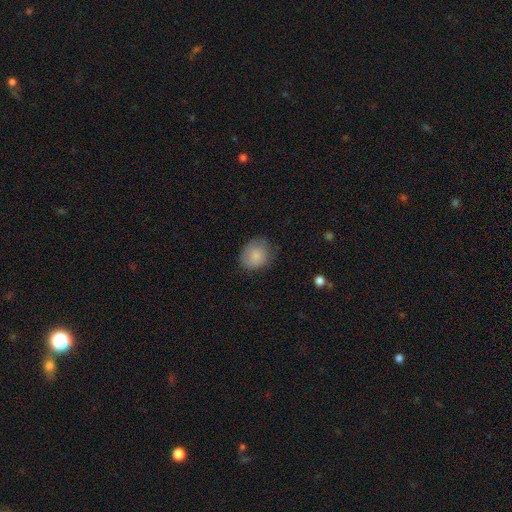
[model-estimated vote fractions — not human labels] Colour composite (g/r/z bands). It shows a smooth galaxy with no disk features (83%) that is round (67%). Merging: none (68%).